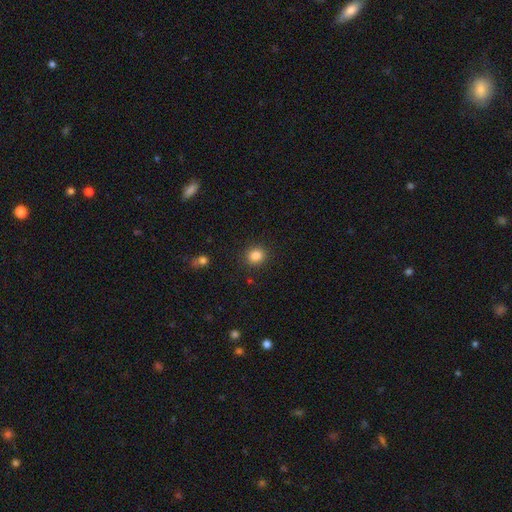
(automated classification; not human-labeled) Smooth or featured? smooth (85%)
How rounded? round (82%)
Merging? none (90%)